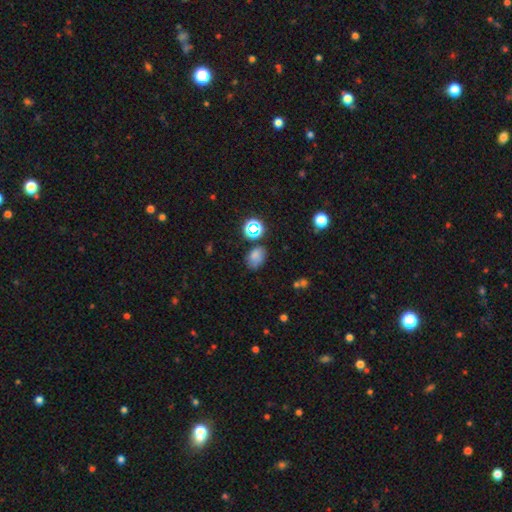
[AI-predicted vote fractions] This appears to be a smooth galaxy with no disk features (71%) that is in between round and cigar-shaped (72%). Merging: none (66%).